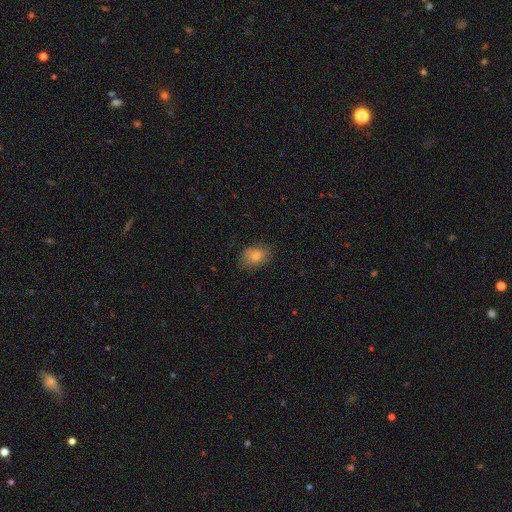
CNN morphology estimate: A smooth galaxy with no disk features (75%) that is in between round and cigar-shaped (75%).

Vote fractions:
- Smooth or featured? smooth: 75% / featured or disk: 13% / star or artifact: 11%
- How rounded? in between: 75% / round: 24% / cigar-shaped: 1%
- Merging? none: 79% / minor disturbance: 16% / major disturbance: 3% / merger: 1%